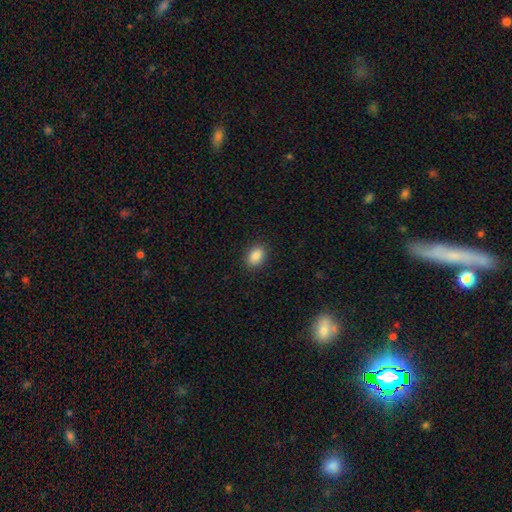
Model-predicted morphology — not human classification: Smooth or featured? smooth (88%)
How rounded? in between (79%)
Merging? none (89%)